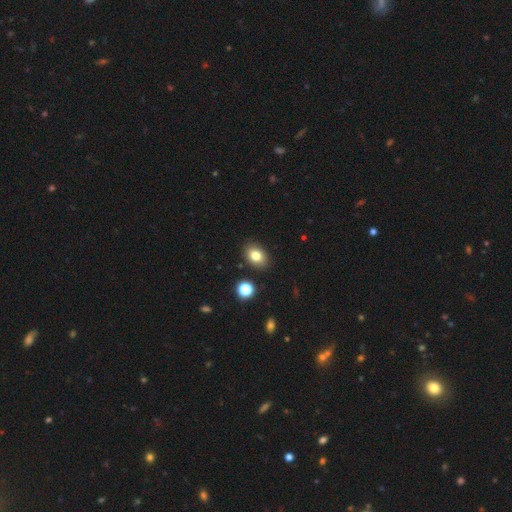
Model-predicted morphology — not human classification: smooth 81%, star or artifact 10%, featured or disk 9%. Down the decision tree: how rounded — in between (75%); merging — none (86%).